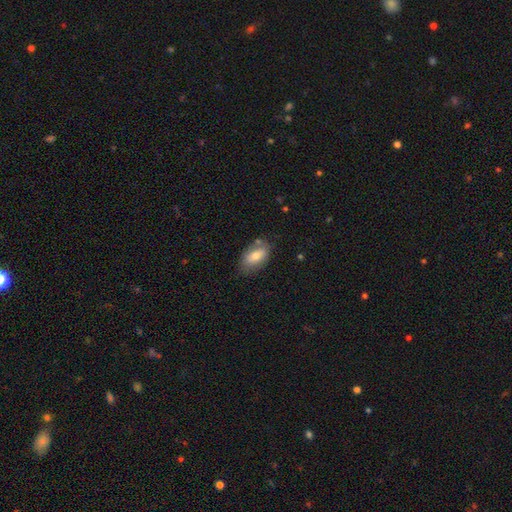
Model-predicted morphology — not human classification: smooth-or-featured: smooth: 70% | featured or disk: 22% | star or artifact: 7%
  how-rounded: in between: 91% | round: 5% | cigar-shaped: 4%
  merging: none: 70% | minor disturbance: 21% | major disturbance: 5% | merger: 5%